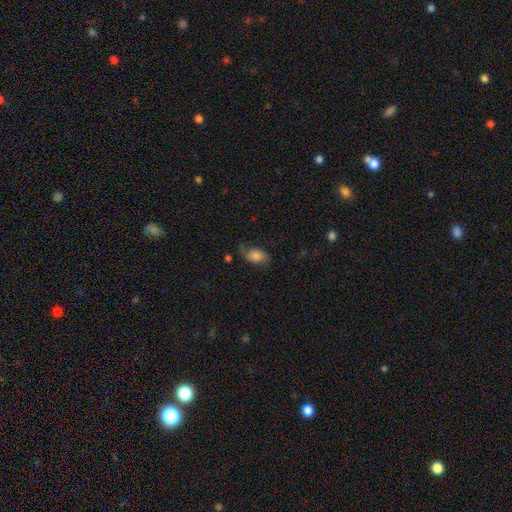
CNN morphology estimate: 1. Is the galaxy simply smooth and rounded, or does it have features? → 64% smooth, 26% featured or disk, 10% star or artifact.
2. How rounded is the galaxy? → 88% in between, 9% round, 3% cigar-shaped.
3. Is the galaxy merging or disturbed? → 60% none, 26% minor disturbance, 12% major disturbance, 2% merger.